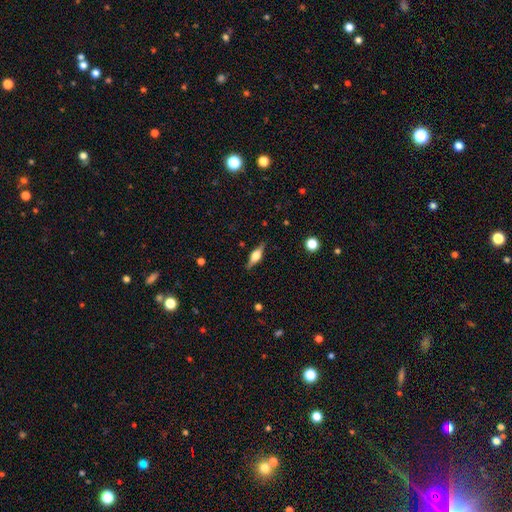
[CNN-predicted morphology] Smooth or featured: featured or disk — 54% (smooth — 38%)
Edge-on disk: yes — 95% (no — 5%)
Edge-on bulge: rounded — 86% (boxy — 12%)
Merging: none — 85% (minor disturbance — 11%)